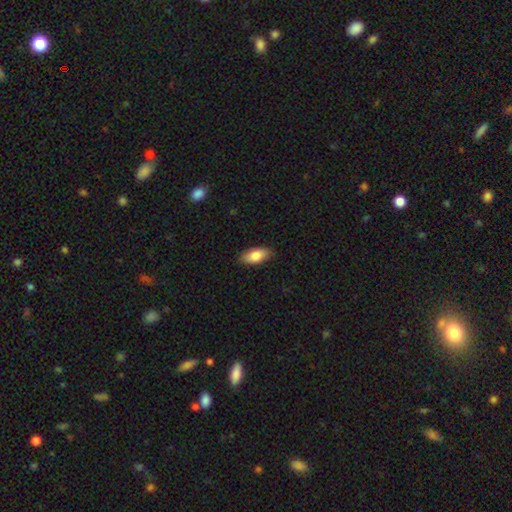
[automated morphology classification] The model was most divided on "smooth or featured": smooth: 83%, featured or disk: 11%, star or artifact: 6%. More confident: how rounded — in between (89%); merging — none (86%).